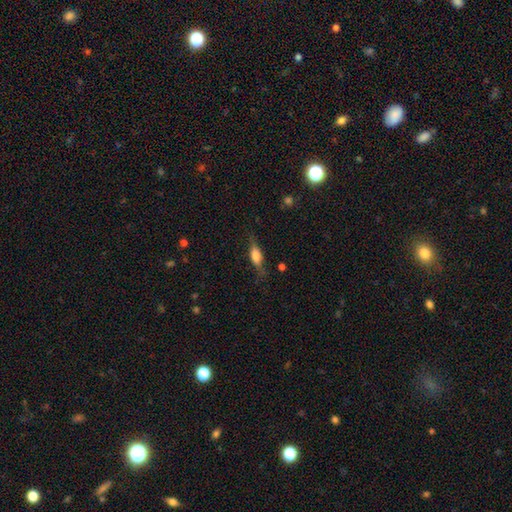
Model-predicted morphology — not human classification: type=smooth (55%); roundness=in between (59%); merging=none (71%).